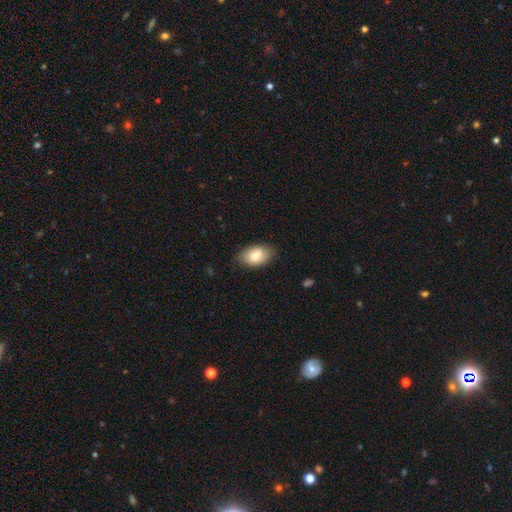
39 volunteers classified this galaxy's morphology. Smooth or featured? smooth (87%)
How rounded? in between (85%)
Merging? none (87%)